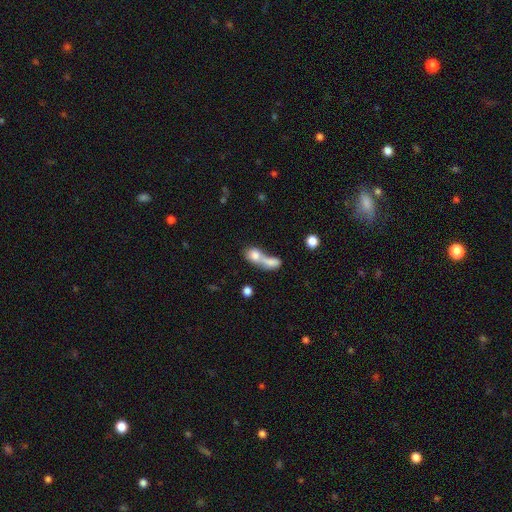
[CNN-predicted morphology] This appears to be a smooth galaxy with no disk features (74%) that is in between round and cigar-shaped (55%). Merging: merger (73%).